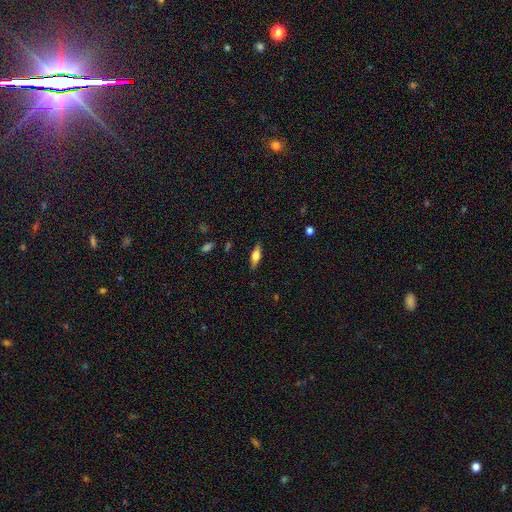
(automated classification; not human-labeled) The model was most divided on "how rounded": in between: 57%, cigar-shaped: 40%, round: 3%. More confident: merging — none (85%); smooth or featured — smooth (57%).